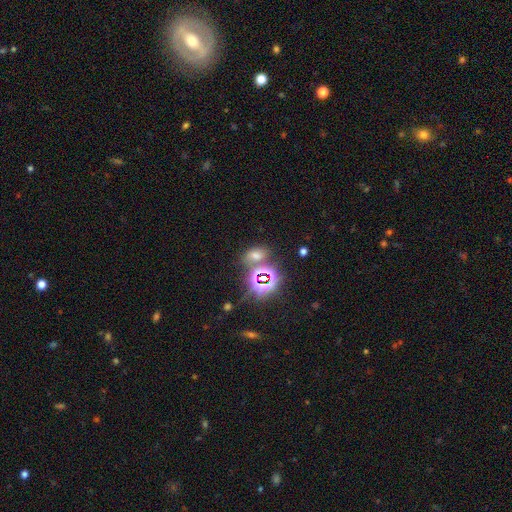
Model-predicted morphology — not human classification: A star or artifact, not a galaxy (48%).